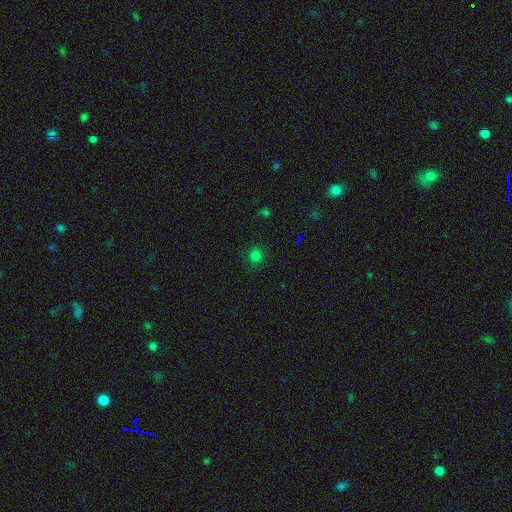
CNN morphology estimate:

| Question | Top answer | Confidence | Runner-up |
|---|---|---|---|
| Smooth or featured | smooth | 74% | star or artifact (22%) |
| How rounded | round | 94% | in between (5%) |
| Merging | none | 88% | minor disturbance (8%) |